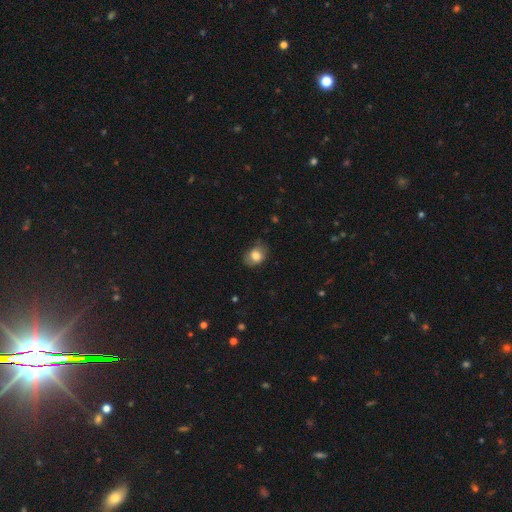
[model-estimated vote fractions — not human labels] smooth_or_featured: smooth (p=0.80) [alt: featured or disk p=0.12]
how_rounded: in between (p=0.59) [alt: round p=0.40]
merging: none (p=0.69) [alt: minor disturbance p=0.24]